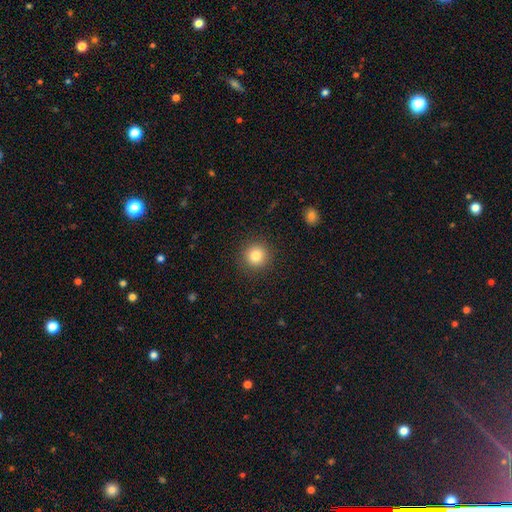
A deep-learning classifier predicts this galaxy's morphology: A smooth galaxy with no disk features (82%) that is round (93%).

Vote fractions:
- Smooth or featured? smooth: 82% / star or artifact: 11% / featured or disk: 7%
- How rounded? round: 93% / in between: 6% / cigar-shaped: 1%
- Merging? none: 90% / minor disturbance: 6% / major disturbance: 2% / merger: 1%